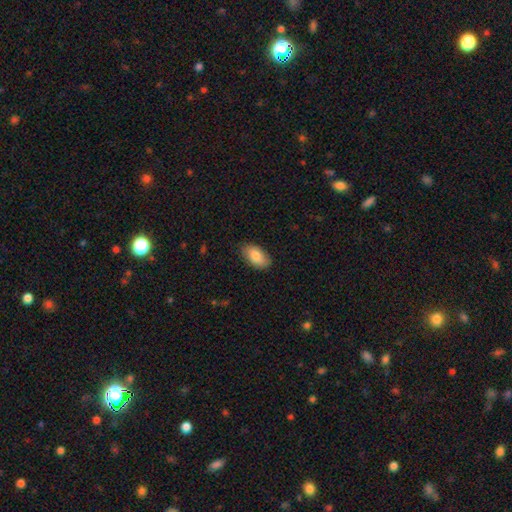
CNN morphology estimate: Overall: smooth (84%). How rounded: in between (94%). Merging: none (83%).